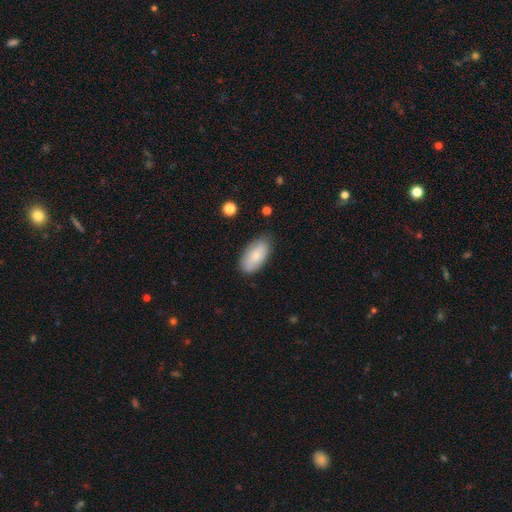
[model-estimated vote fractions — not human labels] Smooth or featured?
  - smooth: 78% *
  - featured or disk: 16%
  - star or artifact: 6%
How rounded?
  - in between: 94% *
  - cigar-shaped: 4%
  - round: 3%
Merging?
  - none: 80% *
  - minor disturbance: 16%
  - major disturbance: 3%
  - merger: 1%